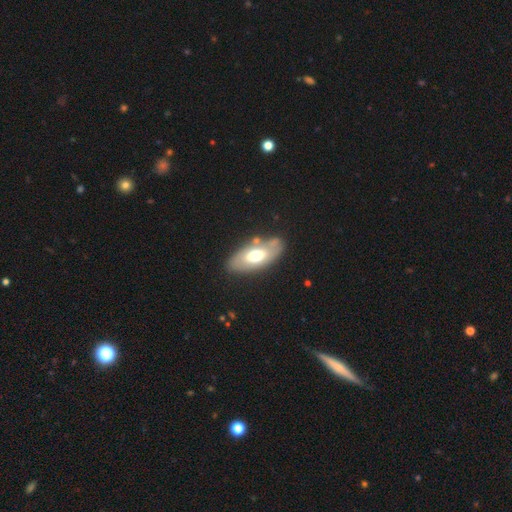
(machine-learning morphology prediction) type=smooth (54%); roundness=in between (89%); merging=none (75%).